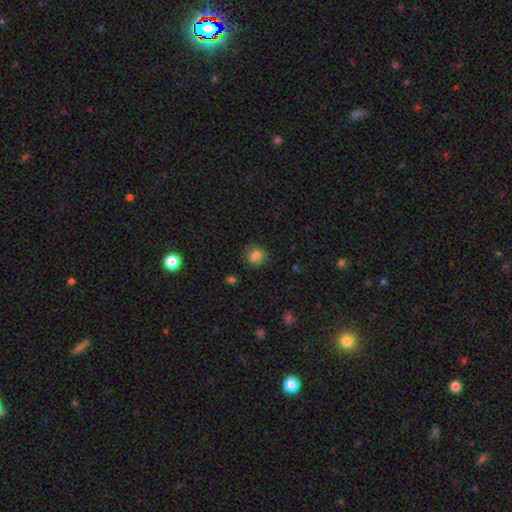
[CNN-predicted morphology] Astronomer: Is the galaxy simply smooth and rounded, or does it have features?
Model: smooth — 81%.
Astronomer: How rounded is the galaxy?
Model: round — 86%.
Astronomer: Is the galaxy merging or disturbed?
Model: none — 83%.